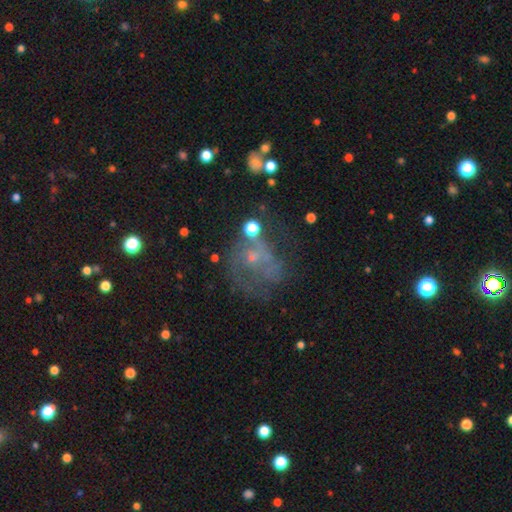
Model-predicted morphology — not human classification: Smooth or featured? Predicted: featured or disk (p=0.50). Edge-on disk? Predicted: no (p=0.98). Merging? Predicted: none (p=0.37).